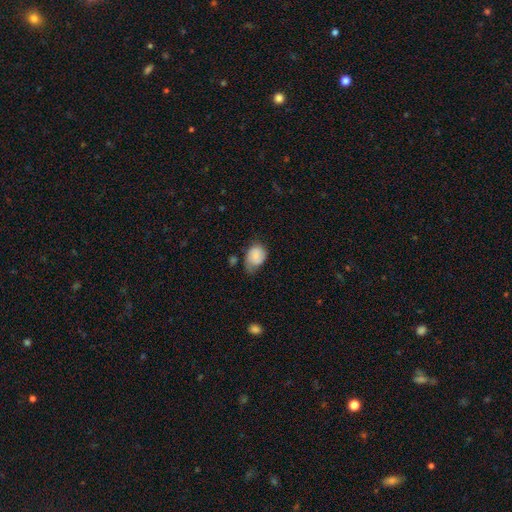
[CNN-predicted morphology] smooth 73%, featured or disk 19%, star or artifact 8%. Down the decision tree: how rounded — in between (60%); merging — minor disturbance (42%).